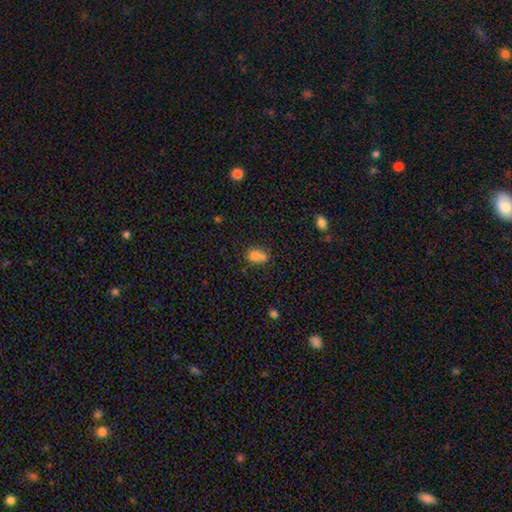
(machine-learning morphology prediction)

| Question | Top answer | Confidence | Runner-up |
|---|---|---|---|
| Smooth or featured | smooth | 76% | featured or disk (12%) |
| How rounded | in between | 72% | round (26%) |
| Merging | none | 48% | merger (25%) |